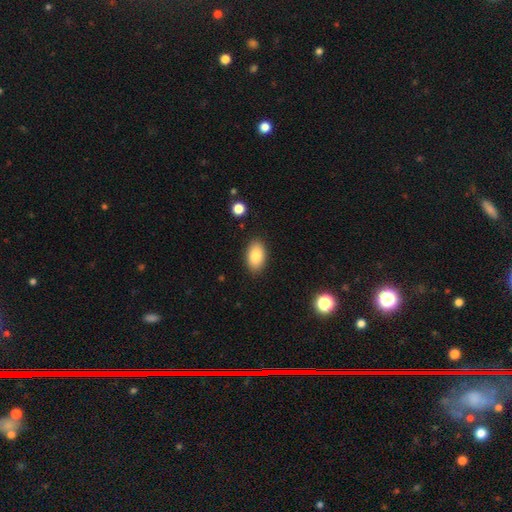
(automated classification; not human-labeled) Morphology: type=smooth (84%); roundness=in between (93%); merging=none (88%).